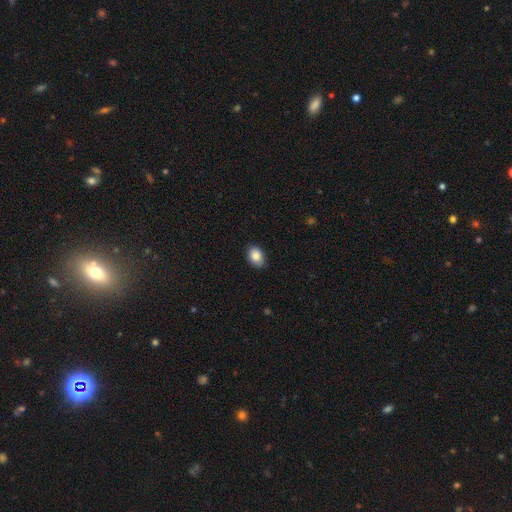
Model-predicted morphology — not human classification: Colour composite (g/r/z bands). It shows a smooth galaxy with no disk features (86%) that is in between round and cigar-shaped (77%). Merging: none (86%).